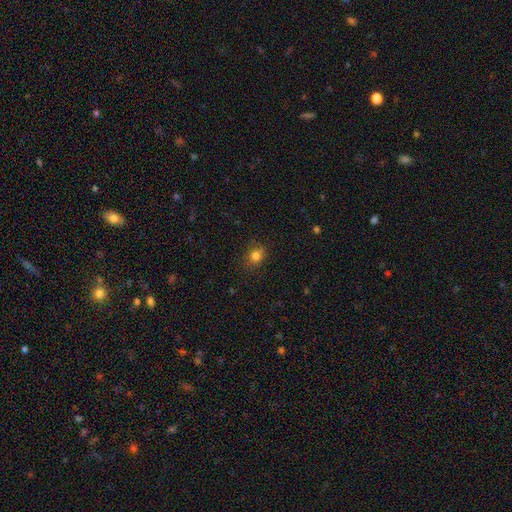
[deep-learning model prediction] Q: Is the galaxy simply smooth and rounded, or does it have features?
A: smooth — 81%.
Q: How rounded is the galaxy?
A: round — 70%.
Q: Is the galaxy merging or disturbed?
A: none — 81%.